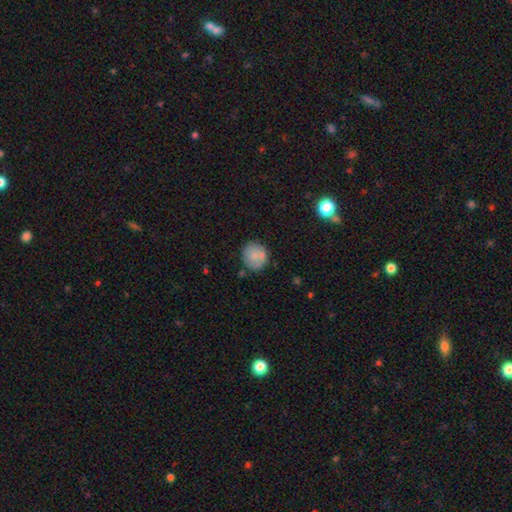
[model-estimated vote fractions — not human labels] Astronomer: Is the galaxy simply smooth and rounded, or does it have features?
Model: smooth — 76%.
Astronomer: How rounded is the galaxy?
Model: round — 83%.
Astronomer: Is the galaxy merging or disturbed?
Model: none — 73%.